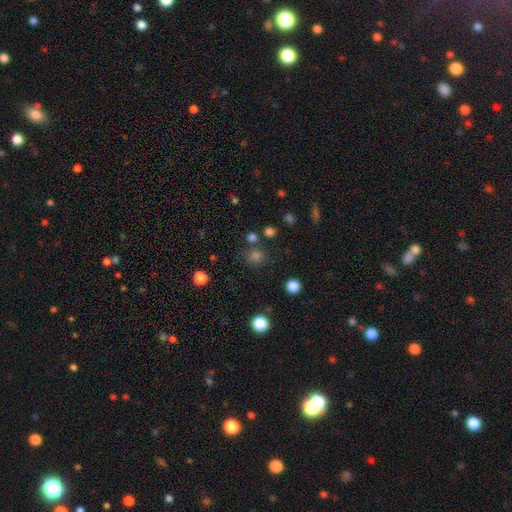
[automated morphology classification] smooth-or-featured: smooth: 71% | star or artifact: 23% | featured or disk: 6%
  how-rounded: round: 88% | in between: 11% | cigar-shaped: 1%
  merging: none: 77% | minor disturbance: 10% | merger: 9% | major disturbance: 4%